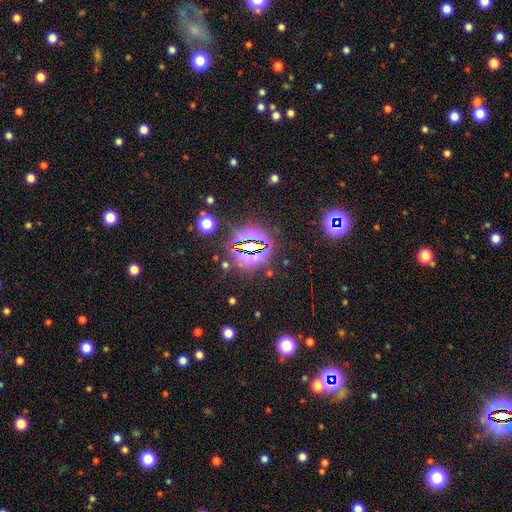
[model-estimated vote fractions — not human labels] smooth-or-featured: star or artifact: 82% | smooth: 10% | featured or disk: 8%